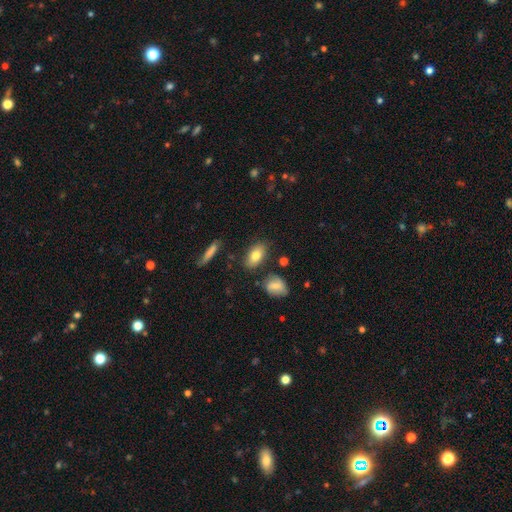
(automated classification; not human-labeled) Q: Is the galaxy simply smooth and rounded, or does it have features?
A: smooth — 77%.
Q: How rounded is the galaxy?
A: in between — 88%.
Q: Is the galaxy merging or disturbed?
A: none — 81%.